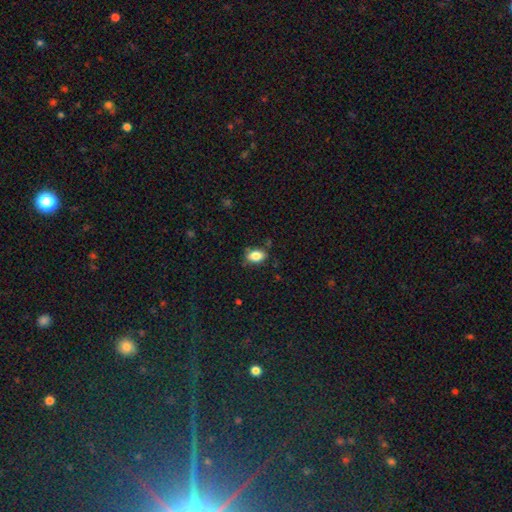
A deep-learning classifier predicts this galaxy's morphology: This appears to be a smooth galaxy with no disk features (84%) that is in between round and cigar-shaped (82%). Merging: none (75%).